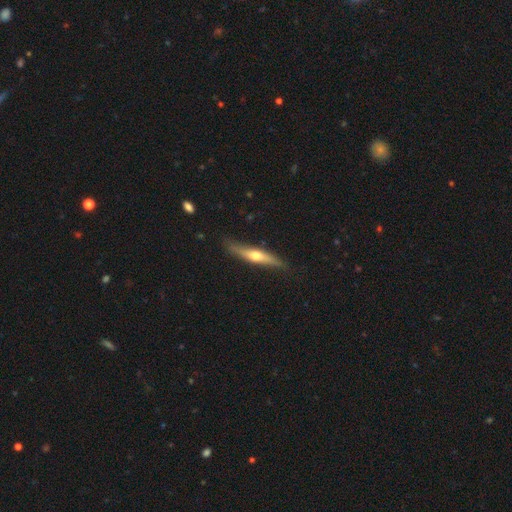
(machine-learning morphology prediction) Smooth or featured?
  - featured or disk: 57% *
  - smooth: 38%
  - star or artifact: 5%
Edge-on disk?
  - yes: 93% *
  - no: 7%
Edge-on bulge?
  - rounded: 90% *
  - none: 6%
  - boxy: 4%
Merging?
  - none: 82% *
  - minor disturbance: 14%
  - major disturbance: 3%
  - merger: 1%